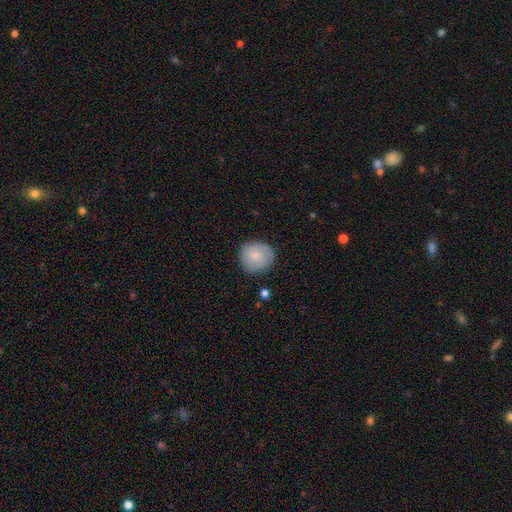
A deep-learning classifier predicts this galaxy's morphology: Smooth or featured: smooth — 80% (featured or disk — 13%)
How rounded: round — 91% (in between — 9%)
Merging: none — 84% (minor disturbance — 12%)